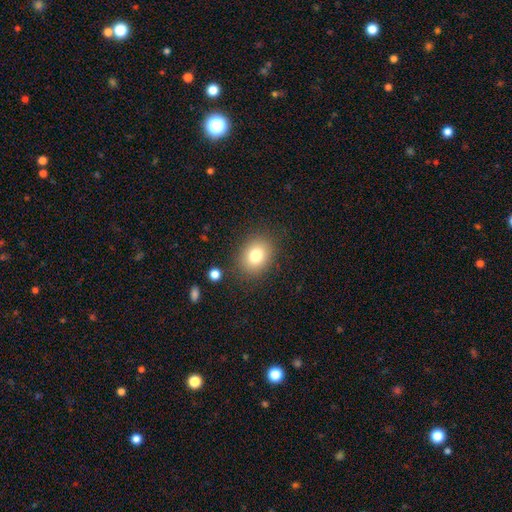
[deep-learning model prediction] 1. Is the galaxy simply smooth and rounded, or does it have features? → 79% smooth, 11% star or artifact, 10% featured or disk.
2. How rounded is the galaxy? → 51% in between, 49% round, 1% cigar-shaped.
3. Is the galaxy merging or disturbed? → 84% none, 10% minor disturbance, 4% major disturbance, 2% merger.